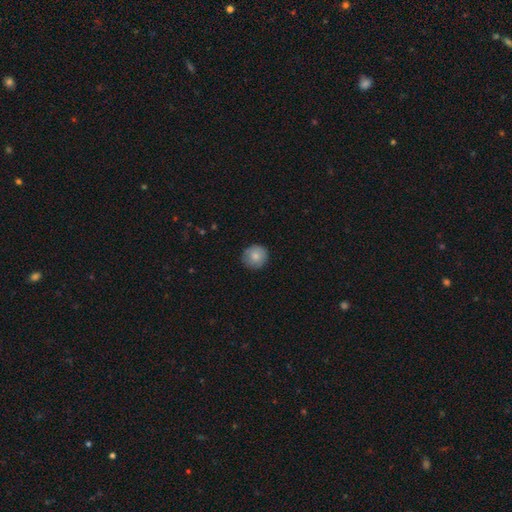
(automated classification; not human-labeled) Smooth or featured: smooth — 81% (featured or disk — 11%)
How rounded: round — 92% (in between — 7%)
Merging: none — 86% (minor disturbance — 11%)